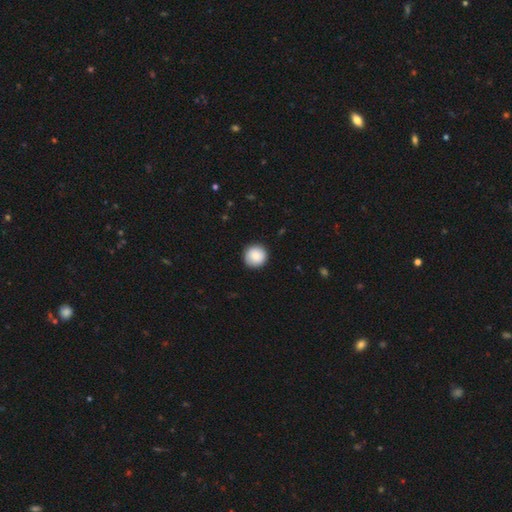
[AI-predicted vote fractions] Smooth or featured? Predicted: smooth (p=0.88). How rounded? Predicted: round (p=0.95). Merging? Predicted: none (p=0.91).